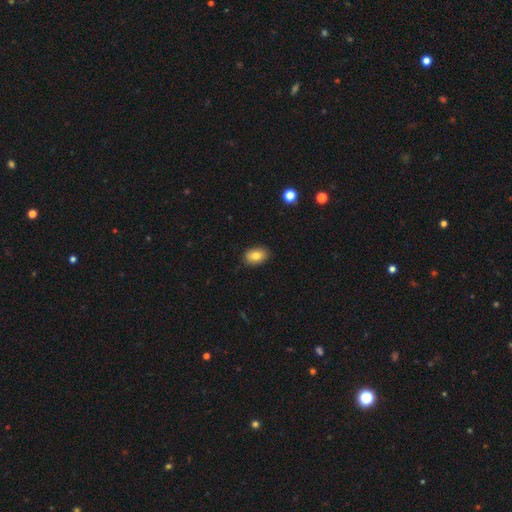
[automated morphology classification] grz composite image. It shows a smooth galaxy with no disk features (83%) that is in between round and cigar-shaped (86%). Merging: none (87%).